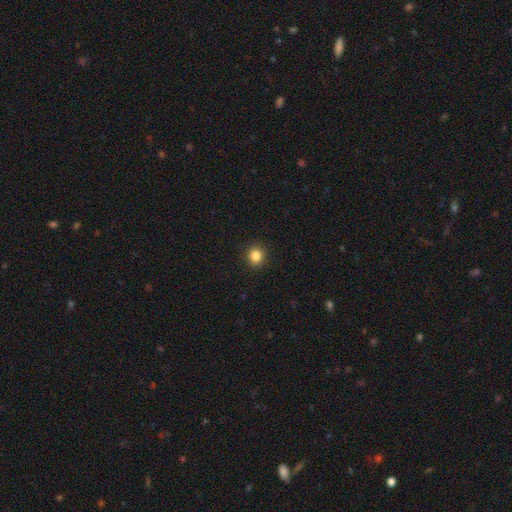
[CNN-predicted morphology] The model was most divided on "smooth or featured": smooth: 85%, star or artifact: 11%, featured or disk: 4%. More confident: merging — none (92%); how rounded — round (88%).